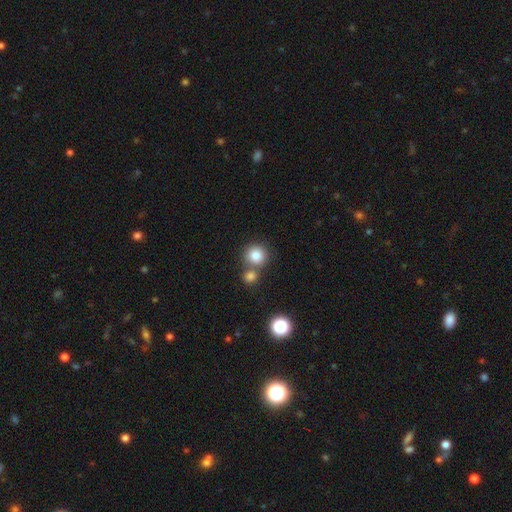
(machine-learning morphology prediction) A smooth galaxy with no disk features (81%) that is round (91%).

Vote fractions:
- Smooth or featured? smooth: 81% / star or artifact: 11% / featured or disk: 7%
- How rounded? round: 91% / in between: 8% / cigar-shaped: 1%
- Merging? none: 61% / merger: 30% / minor disturbance: 7% / major disturbance: 3%